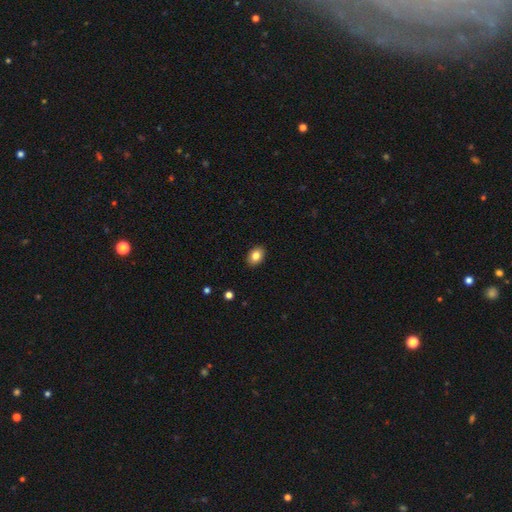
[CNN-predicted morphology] smooth 83%, star or artifact 8%, featured or disk 8%. Down the decision tree: how rounded — in between (76%); merging — none (90%).